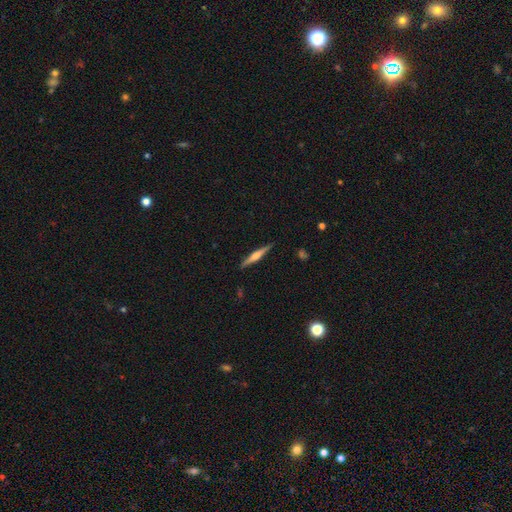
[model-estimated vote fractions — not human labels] smooth_or_featured: featured or disk (p=0.63) [alt: smooth p=0.32]
disk_edge_on: yes (p=0.98) [alt: no p=0.02]
edge_on_bulge: rounded (p=0.78) [alt: boxy p=0.14]
merging: none (p=0.90) [alt: minor disturbance p=0.07]